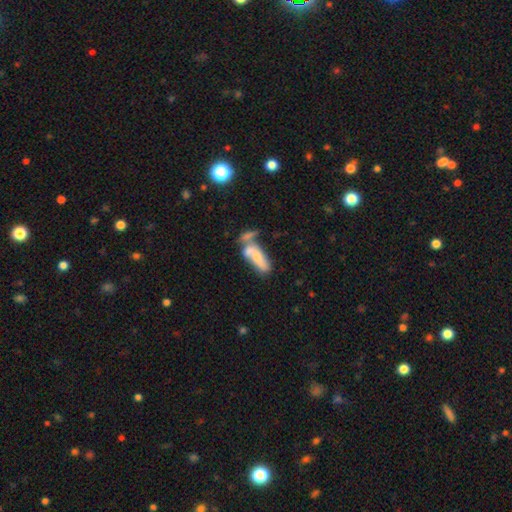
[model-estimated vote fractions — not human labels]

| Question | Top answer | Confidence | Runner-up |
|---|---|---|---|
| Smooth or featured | smooth | 60% | featured or disk (33%) |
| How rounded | in between | 72% | cigar-shaped (25%) |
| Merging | merger | 50% | none (25%) |